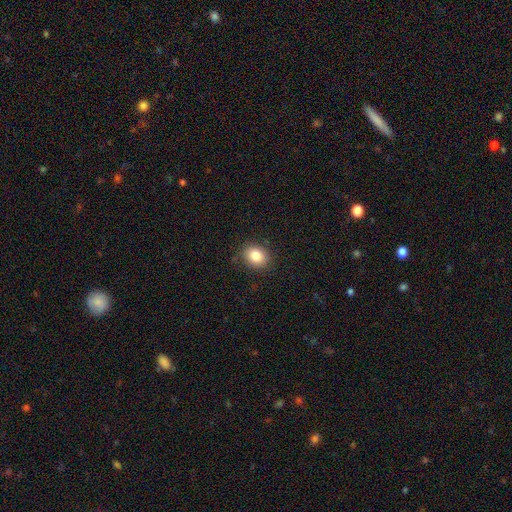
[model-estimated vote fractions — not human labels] Smooth or featured? smooth (83%)
How rounded? round (50%)
Merging? none (85%)